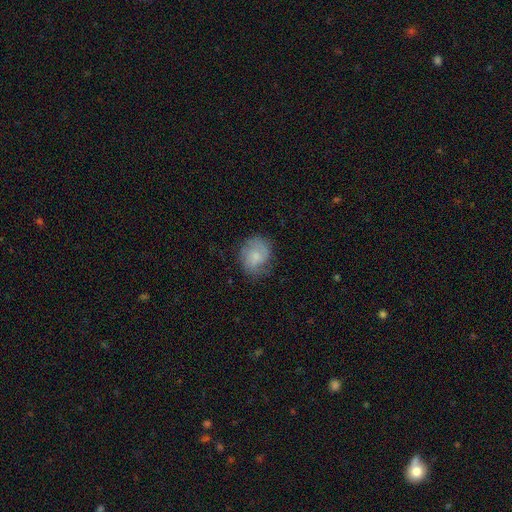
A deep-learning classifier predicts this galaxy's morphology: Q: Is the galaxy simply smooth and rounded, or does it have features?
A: smooth — 62%.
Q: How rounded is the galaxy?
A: round — 59%.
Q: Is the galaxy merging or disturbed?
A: none — 66%.